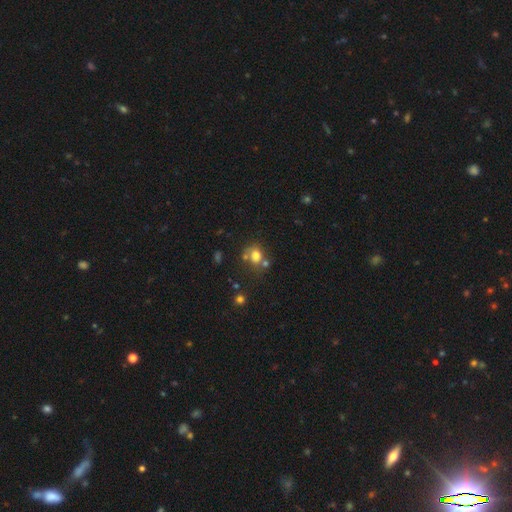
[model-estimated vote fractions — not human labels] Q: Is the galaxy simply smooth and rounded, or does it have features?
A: smooth — 75%.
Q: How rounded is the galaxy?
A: round — 63%.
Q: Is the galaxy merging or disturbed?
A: none — 50%.